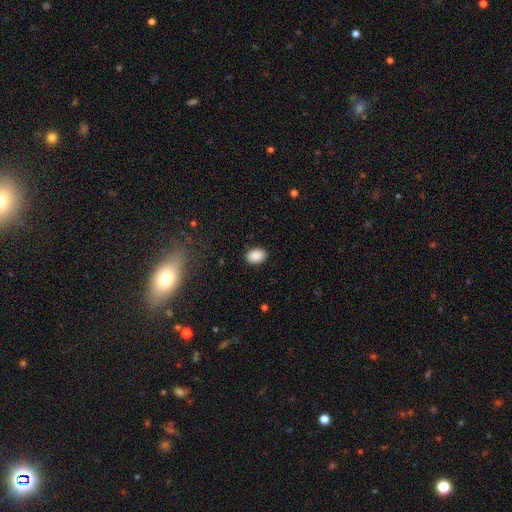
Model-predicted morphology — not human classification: type=smooth (89%); roundness=in between (80%); merging=none (88%).